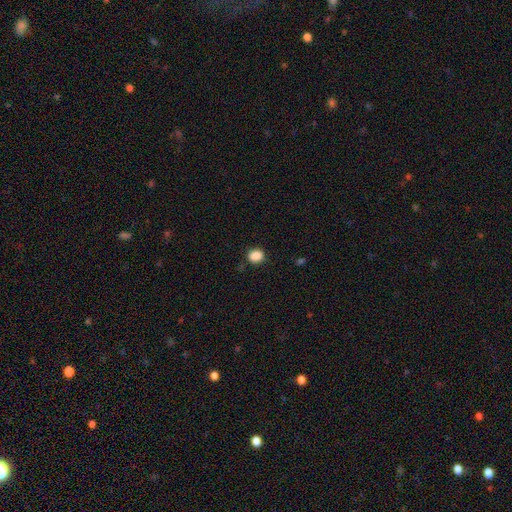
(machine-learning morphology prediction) smooth_or_featured: smooth (p=0.88) [alt: star or artifact p=0.10]
how_rounded: round (p=0.60) [alt: in between p=0.39]
merging: none (p=0.84) [alt: minor disturbance p=0.12]